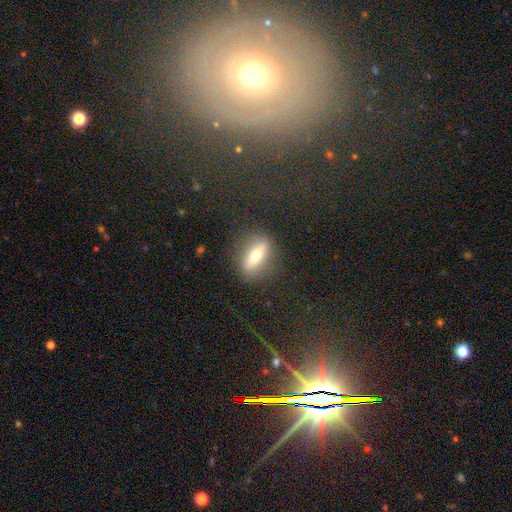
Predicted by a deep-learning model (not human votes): Smooth or featured: featured or disk — 45% (tied with smooth — 45%)
Merging: none — 83% (minor disturbance — 10%)